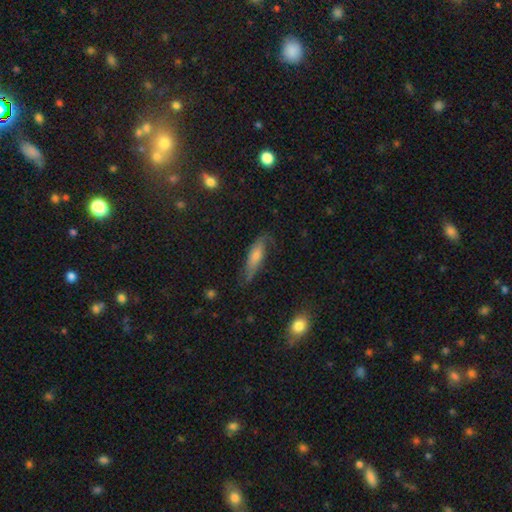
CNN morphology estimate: Smooth or featured?
  - smooth: 54% *
  - featured or disk: 38%
  - star or artifact: 8%
How rounded?
  - cigar-shaped: 58% *
  - in between: 39%
  - round: 3%
Merging?
  - none: 64% *
  - minor disturbance: 26%
  - major disturbance: 8%
  - merger: 2%